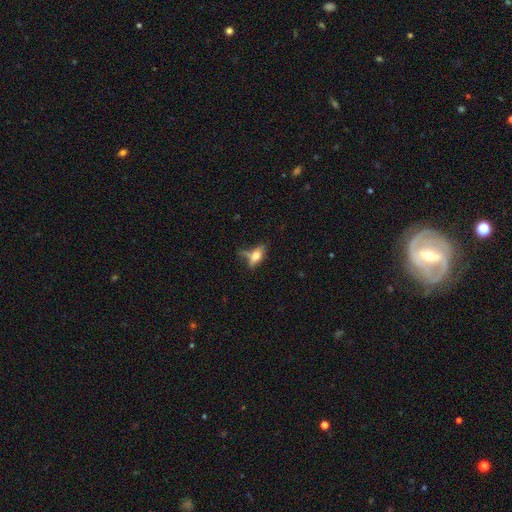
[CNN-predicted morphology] Smooth or featured: smooth — 65% (featured or disk — 26%)
How rounded: in between — 74% (cigar-shaped — 21%)
Merging: none — 42% (minor disturbance — 23%)